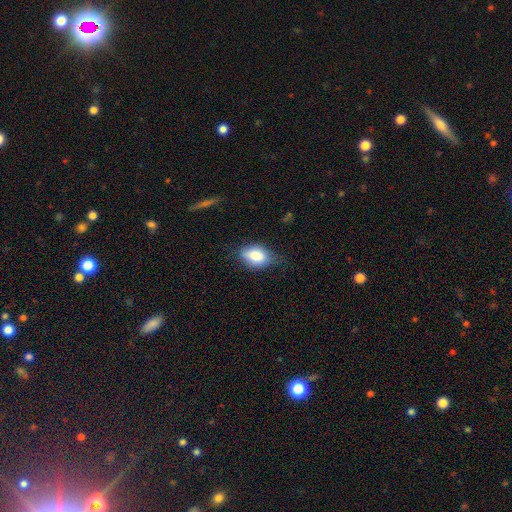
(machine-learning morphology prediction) A smooth galaxy with no disk features (81%) that is in between round and cigar-shaped (85%). Merging: none (58%).